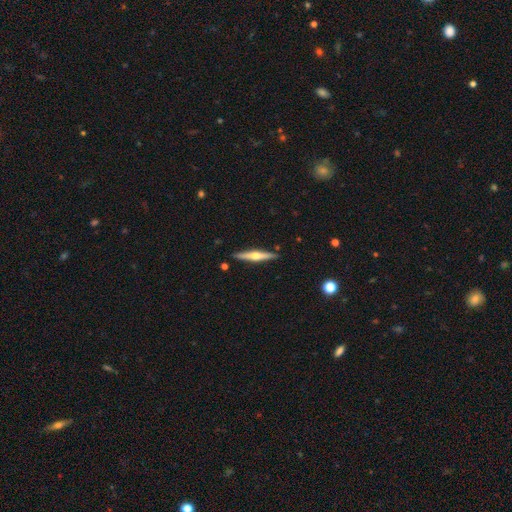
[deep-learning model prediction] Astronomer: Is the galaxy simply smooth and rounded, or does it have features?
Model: featured or disk — 68%.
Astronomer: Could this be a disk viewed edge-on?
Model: yes — 97%.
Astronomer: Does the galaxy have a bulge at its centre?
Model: rounded — 93%.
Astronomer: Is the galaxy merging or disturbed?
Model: none — 90%.